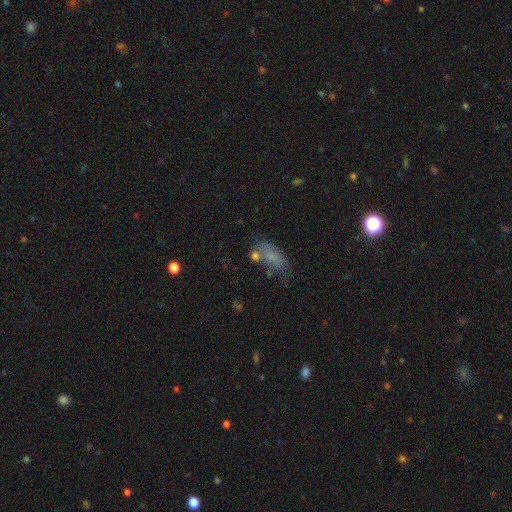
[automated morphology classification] smooth-or-featured: smooth: 48% | star or artifact: 27% | featured or disk: 25%
  merging: none: 51% | minor disturbance: 19% | merger: 17% | major disturbance: 13%